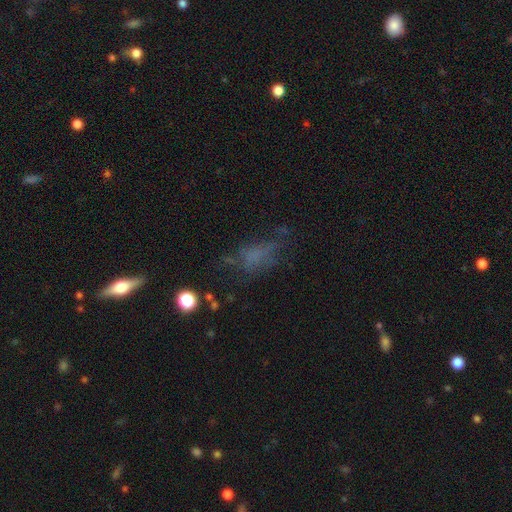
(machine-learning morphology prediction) Smooth or featured? smooth (47%)
Merging? none (45%)